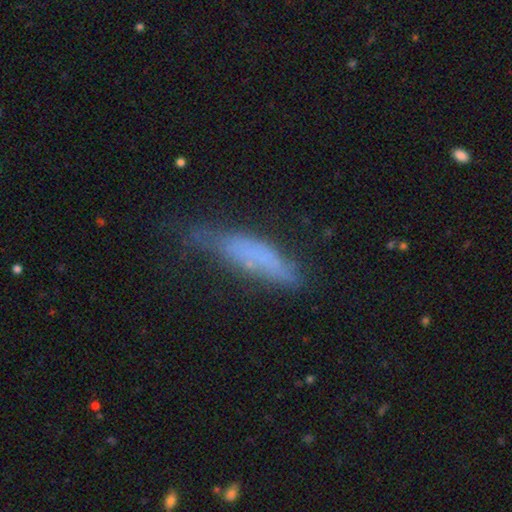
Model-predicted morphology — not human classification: A smooth galaxy with no disk features (59%) that is cigar-shaped (71%). Merging: none (40%).